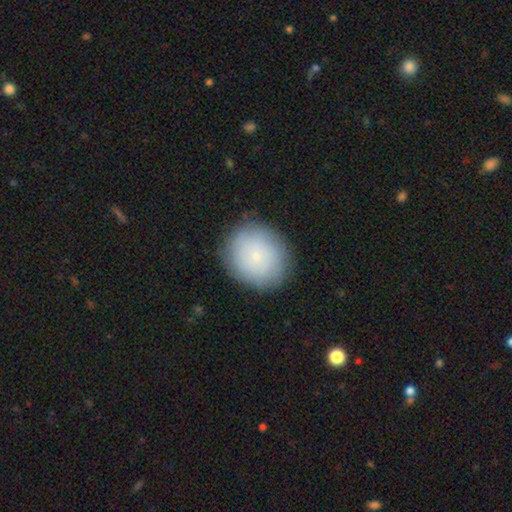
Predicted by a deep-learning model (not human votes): Smooth or featured?
  - smooth: 76% *
  - featured or disk: 16%
  - star or artifact: 8%
How rounded?
  - round: 75% *
  - in between: 24%
  - cigar-shaped: 1%
Merging?
  - none: 86% *
  - minor disturbance: 10%
  - major disturbance: 3%
  - merger: 1%